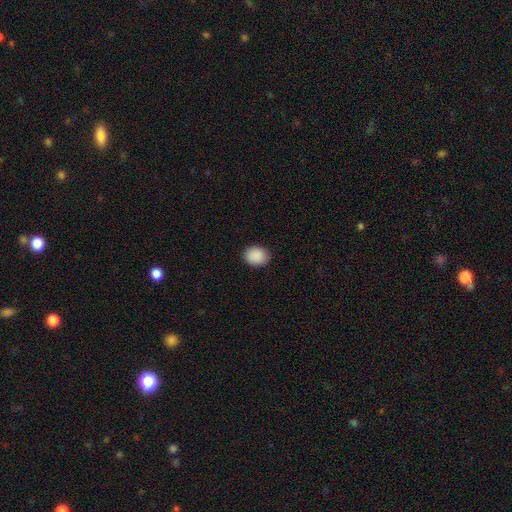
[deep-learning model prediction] Q: Smooth or featured?
A: smooth (90%); runner-up: star or artifact (7%)
Q: How rounded?
A: round (52%); runner-up: in between (47%)
Q: Merging?
A: none (88%); runner-up: minor disturbance (9%)